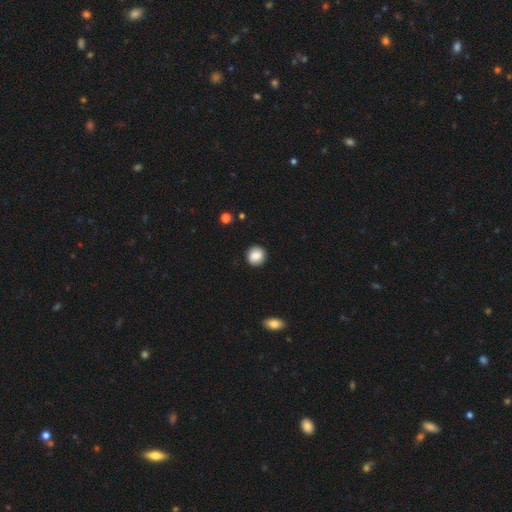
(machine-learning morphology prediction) type=smooth (84%); roundness=round (87%); merging=none (90%).